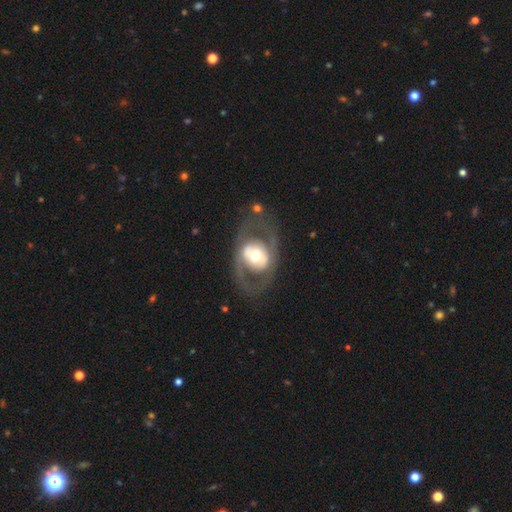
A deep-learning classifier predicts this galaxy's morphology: Smooth or featured: featured or disk — 69% (smooth — 26%)
Edge-on disk: no — 94% (yes — 6%)
Bar: no — 58% (weak — 24%)
Spiral arms: no — 59% (yes — 41%)
Bulge size: moderate — 58% (large — 30%)
Merging: none — 71% (major disturbance — 14%)